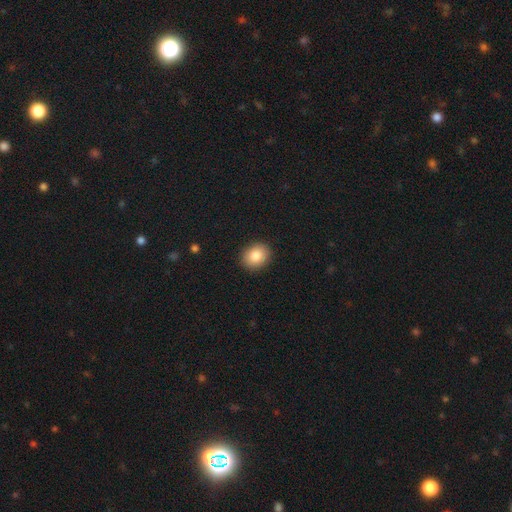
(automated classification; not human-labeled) Overall: smooth (86%). How rounded: round (54%; in between 45%). Merging: none (90%).